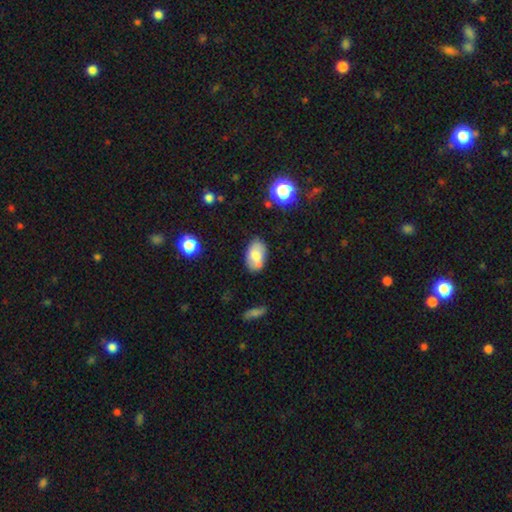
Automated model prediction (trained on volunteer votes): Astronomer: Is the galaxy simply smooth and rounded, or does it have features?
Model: smooth — 68%.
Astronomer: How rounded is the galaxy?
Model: in between — 92%.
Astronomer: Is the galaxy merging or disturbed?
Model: none — 65%.